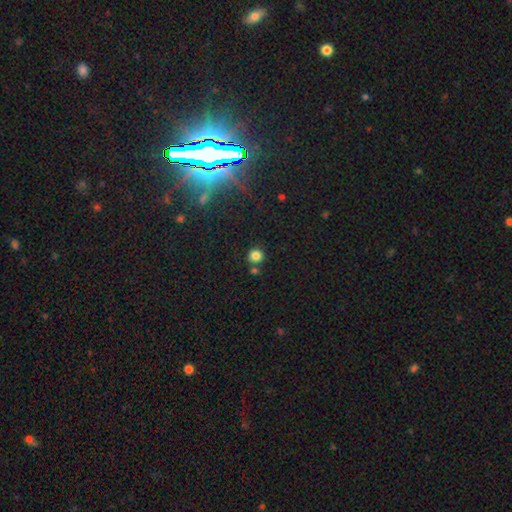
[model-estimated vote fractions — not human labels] smooth-or-featured: smooth: 81% | star or artifact: 13% | featured or disk: 5%
  how-rounded: round: 91% | in between: 8% | cigar-shaped: 1%
  merging: none: 77% | merger: 12% | minor disturbance: 8% | major disturbance: 3%